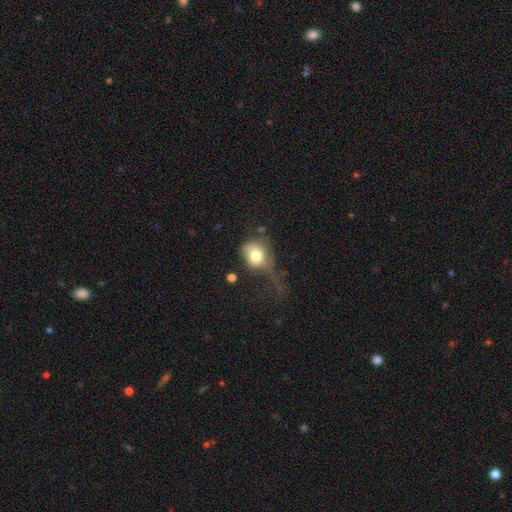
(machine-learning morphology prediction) The model was most divided on "merging": major disturbance: 47%, minor disturbance: 25%, none: 22%, merger: 6%. More confident: smooth or featured — smooth (74%); how rounded — round (65%).